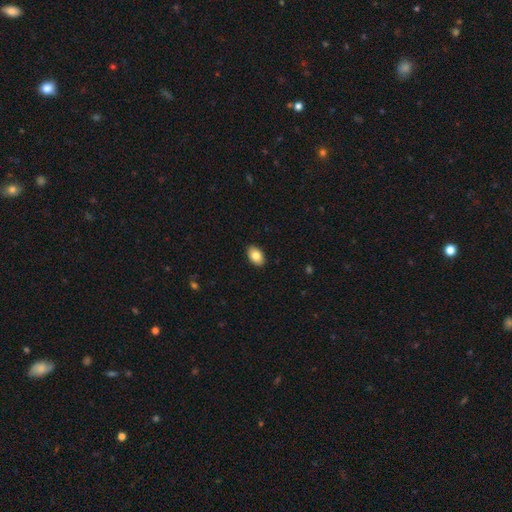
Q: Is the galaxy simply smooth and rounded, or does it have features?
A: smooth — 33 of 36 (92%).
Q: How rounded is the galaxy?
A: in between — 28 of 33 (85%).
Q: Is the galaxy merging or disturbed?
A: none — 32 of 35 (91%).